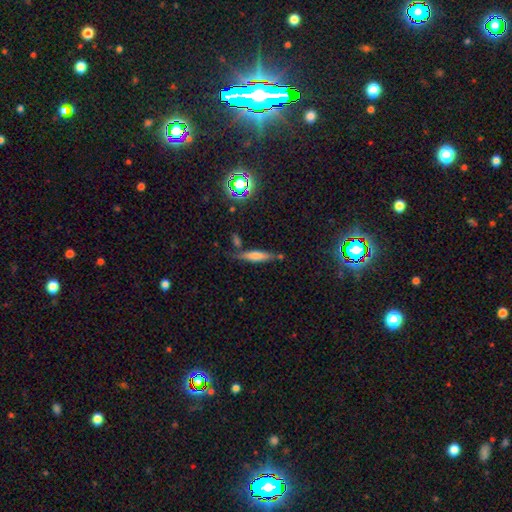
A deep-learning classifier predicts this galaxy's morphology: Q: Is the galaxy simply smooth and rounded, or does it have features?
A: smooth — 57%.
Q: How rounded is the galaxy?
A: cigar-shaped — 79%.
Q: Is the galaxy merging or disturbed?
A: none — 69%.